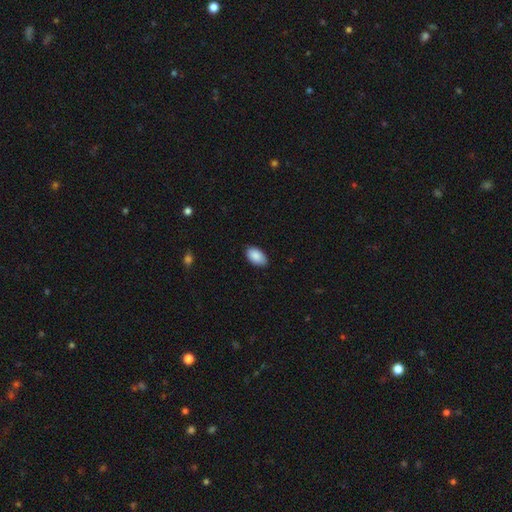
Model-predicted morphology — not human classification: Smooth or featured? Predicted: smooth (p=0.89). How rounded? Predicted: in between (p=0.95). Merging? Predicted: none (p=0.86).